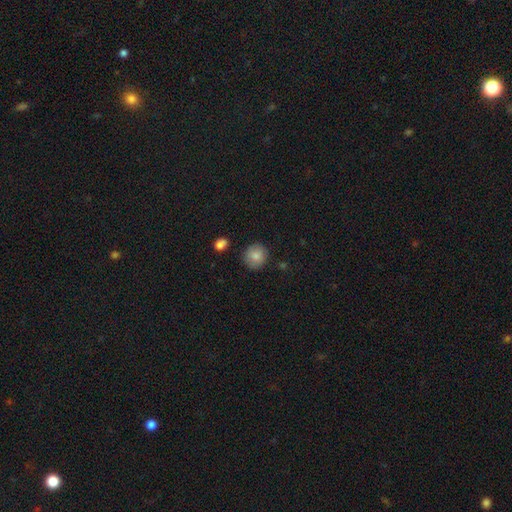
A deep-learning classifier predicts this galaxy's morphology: Q: Smooth or featured?
A: smooth (84%); runner-up: star or artifact (8%)
Q: How rounded?
A: round (91%); runner-up: in between (8%)
Q: Merging?
A: none (85%); runner-up: minor disturbance (10%)